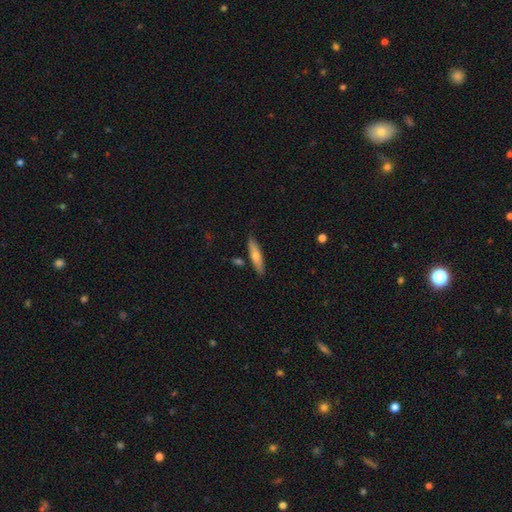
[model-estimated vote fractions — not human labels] Smooth or featured? smooth (64%)
How rounded? cigar-shaped (79%)
Merging? none (83%)